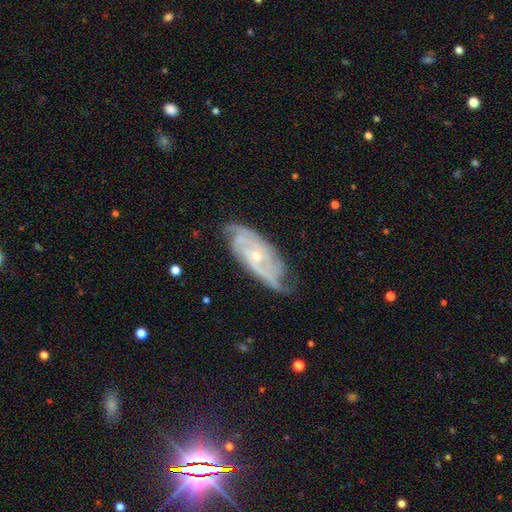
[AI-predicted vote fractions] Overall: featured or disk (88%). Edge-on disk: no (93%). Bar: no (64%; weak 28%). Spiral arms: yes (97%). Spiral arm count: 3 (29%; 2 24%). Spiral winding: tight (62%; medium 31%). Bulge size: small (69%). Merging: none (71%).